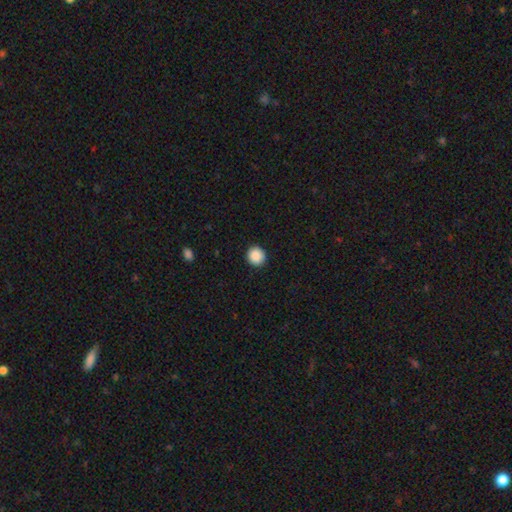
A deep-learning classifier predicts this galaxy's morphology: Q: Smooth or featured?
A: smooth (89%); runner-up: star or artifact (8%)
Q: How rounded?
A: round (94%); runner-up: in between (5%)
Q: Merging?
A: none (93%); runner-up: minor disturbance (5%)